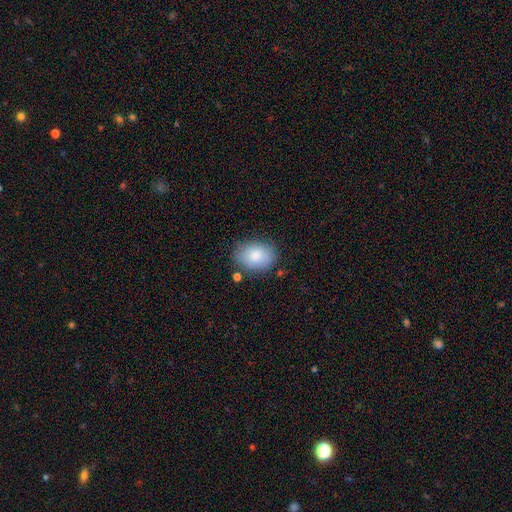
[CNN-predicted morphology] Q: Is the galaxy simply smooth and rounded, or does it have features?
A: smooth — 83%.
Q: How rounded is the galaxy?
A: in between — 73%.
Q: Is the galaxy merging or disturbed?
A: none — 77%.